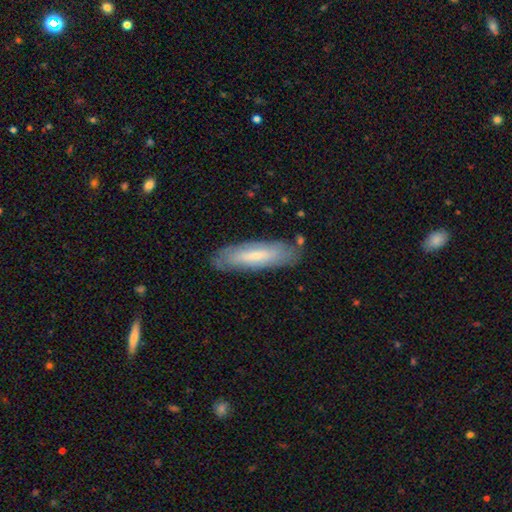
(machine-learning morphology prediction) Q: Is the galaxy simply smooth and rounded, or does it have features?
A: smooth — 55%.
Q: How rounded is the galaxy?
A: cigar-shaped — 64%.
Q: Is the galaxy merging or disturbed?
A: none — 81%.